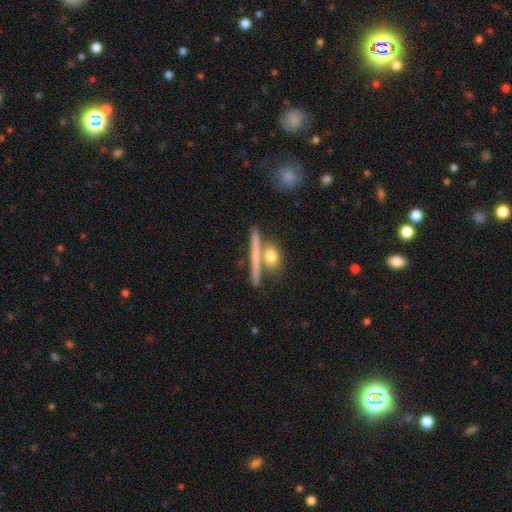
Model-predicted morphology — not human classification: The model was most divided on "smooth or featured": smooth: 49%, featured or disk: 42%, star or artifact: 9%. More confident: merging — none (71%).